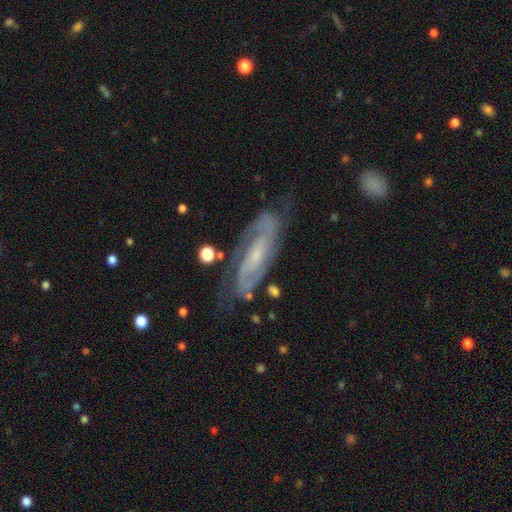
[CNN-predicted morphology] This is clearly a featured or disk galaxy (86%). It is clearly not viewed edge-on (89%). Bar: marginally weak (40%). Spiral arm pattern: clearly yes (97%). Spiral arm count: likely 2 (80%). Spiral winding: possibly tight (48%). Central bulge: likely small (69%). Merging: likely none (75%).